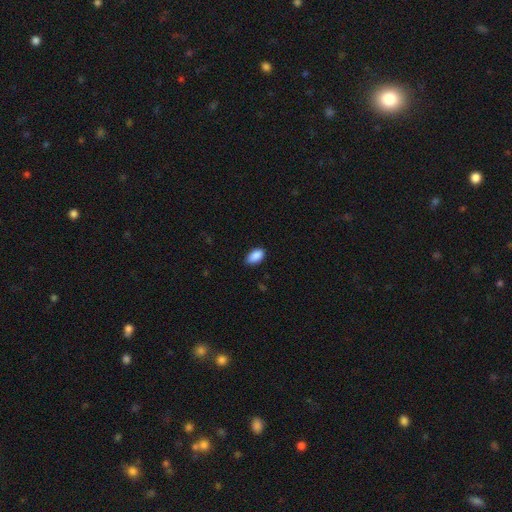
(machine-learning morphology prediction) Smooth or featured? Predicted: smooth (p=0.90). How rounded? Predicted: in between (p=0.94). Merging? Predicted: none (p=0.83).